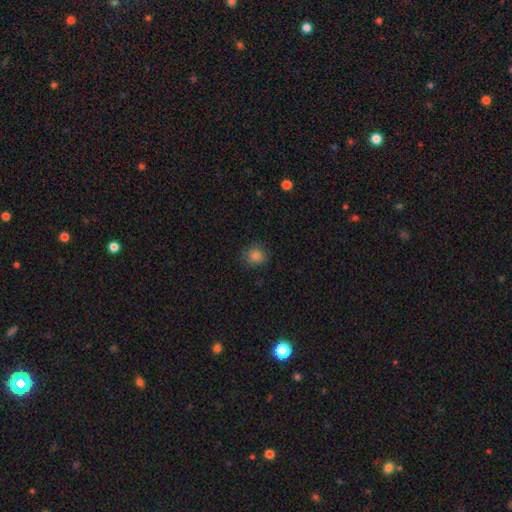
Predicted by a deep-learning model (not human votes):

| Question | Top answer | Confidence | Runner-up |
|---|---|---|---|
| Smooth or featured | smooth | 83% | star or artifact (12%) |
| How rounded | round | 89% | in between (11%) |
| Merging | none | 87% | minor disturbance (9%) |